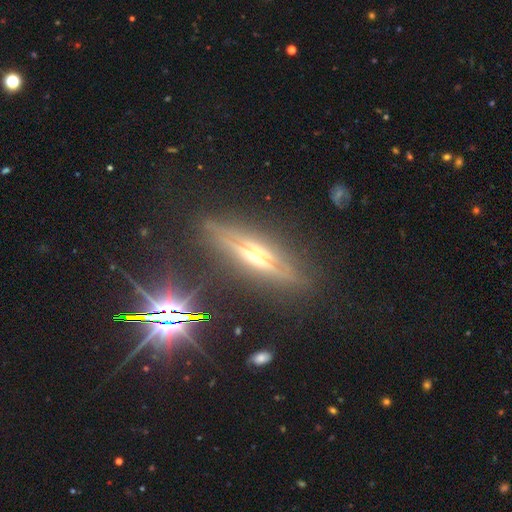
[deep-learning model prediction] smooth_or_featured: featured or disk (p=0.73) [alt: star or artifact p=0.14]
disk_edge_on: yes (p=0.90) [alt: no p=0.10]
edge_on_bulge: rounded (p=0.87) [alt: none p=0.09]
merging: none (p=0.81) [alt: minor disturbance p=0.12]